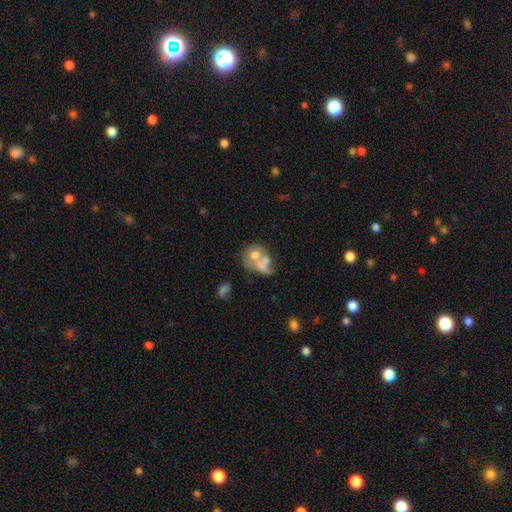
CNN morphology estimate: type=smooth (47%); merging=merger (56%).